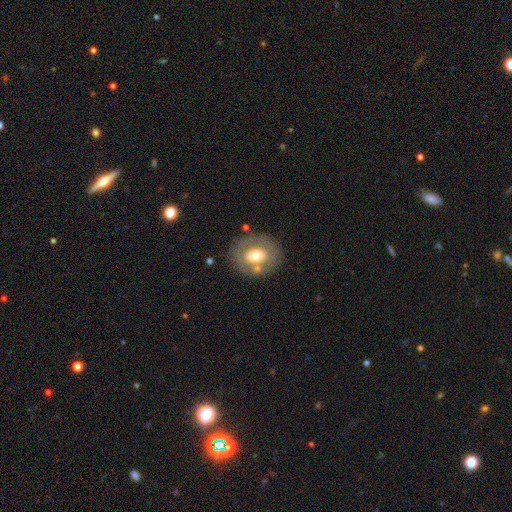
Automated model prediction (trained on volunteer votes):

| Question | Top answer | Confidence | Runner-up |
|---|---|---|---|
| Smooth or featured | smooth | 48% | featured or disk (44%) |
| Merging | none | 74% | minor disturbance (13%) |